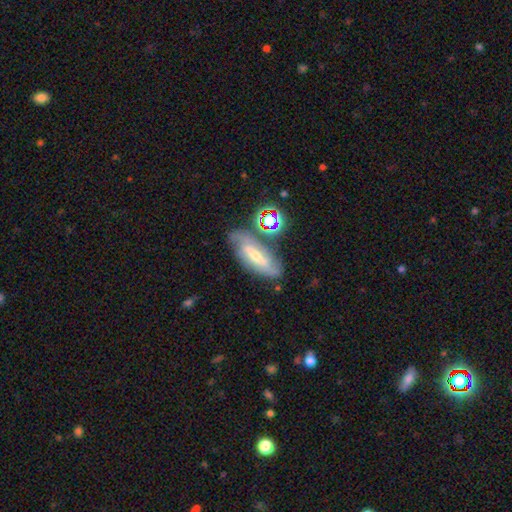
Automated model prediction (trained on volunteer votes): Overall: featured or disk (63%; smooth 24%). Edge-on disk: no (76%). Merging: none (65%).